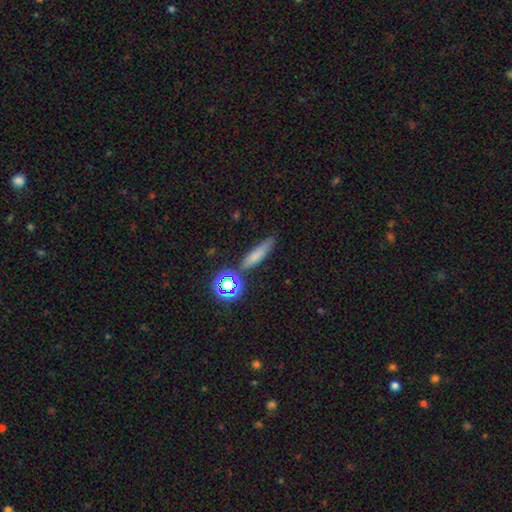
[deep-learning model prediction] A smooth galaxy with no disk features (68%) that is cigar-shaped (73%).

Vote fractions:
- Smooth or featured? smooth: 68% / star or artifact: 17% / featured or disk: 15%
- How rounded? cigar-shaped: 73% / in between: 21% / round: 6%
- Merging? none: 76% / minor disturbance: 13% / merger: 7% / major disturbance: 4%